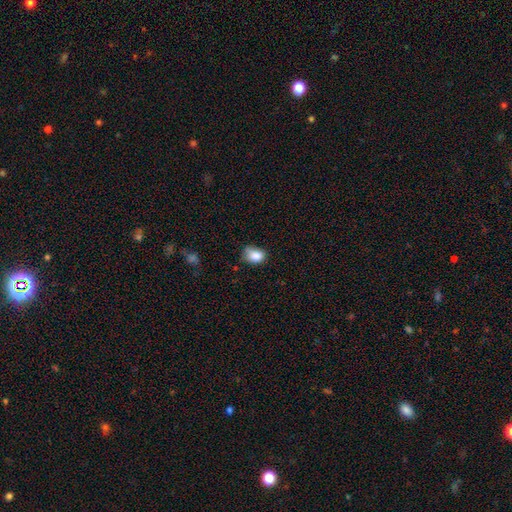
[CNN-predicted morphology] Smooth or featured? Predicted: smooth (p=0.83). How rounded? Predicted: in between (p=0.69). Merging? Predicted: none (p=0.48).